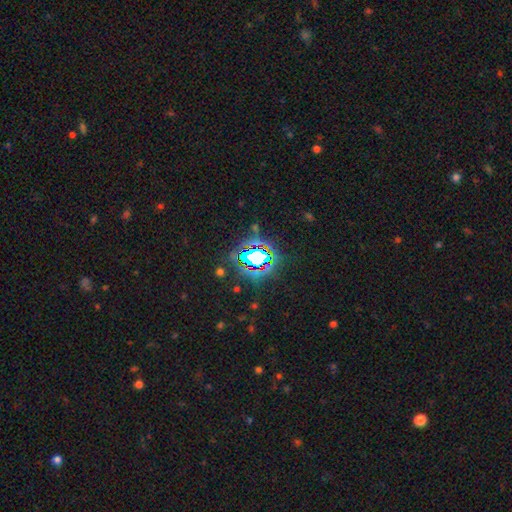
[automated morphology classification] Smooth or featured: star or artifact — 69% (smooth — 19%)